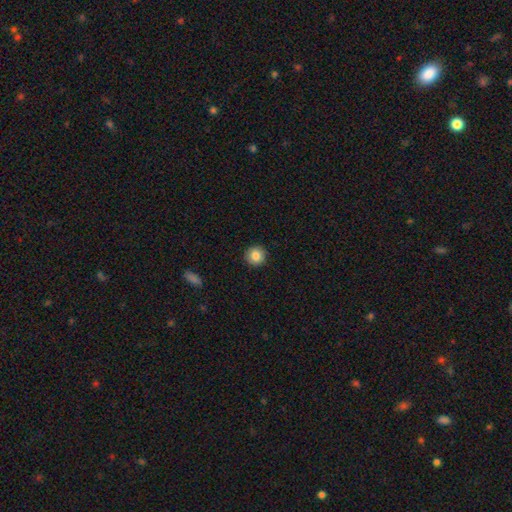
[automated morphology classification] Smooth or featured: smooth — 85% (star or artifact — 9%)
How rounded: round — 95% (in between — 5%)
Merging: none — 92% (minor disturbance — 5%)